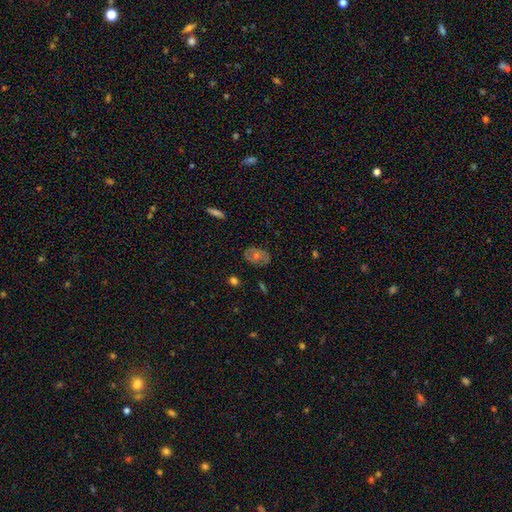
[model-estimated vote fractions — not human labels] featured or disk 49%, smooth 36%, star or artifact 15%. Down the decision tree: merging — none (79%).